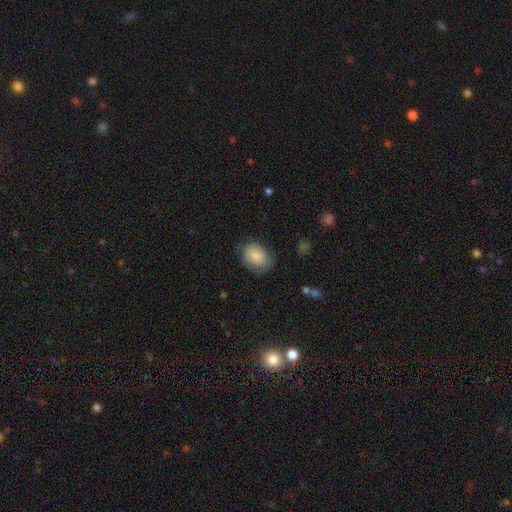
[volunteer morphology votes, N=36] This is clearly a smooth galaxy (89%). How rounded: likely in between (78%). Merging: likely none (76%).